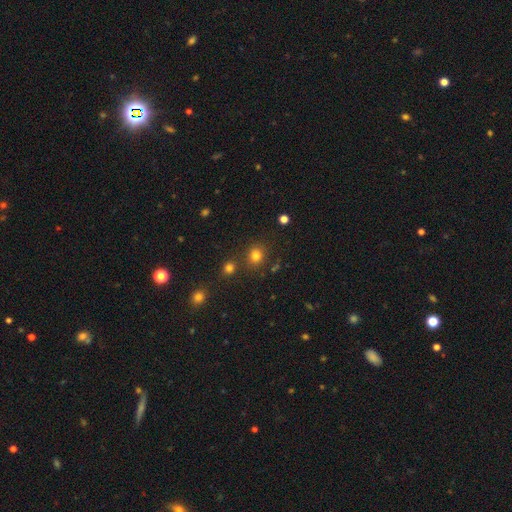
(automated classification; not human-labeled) Q: Smooth or featured?
A: smooth (79%); runner-up: star or artifact (15%)
Q: How rounded?
A: round (78%); runner-up: in between (21%)
Q: Merging?
A: none (77%); runner-up: merger (10%)